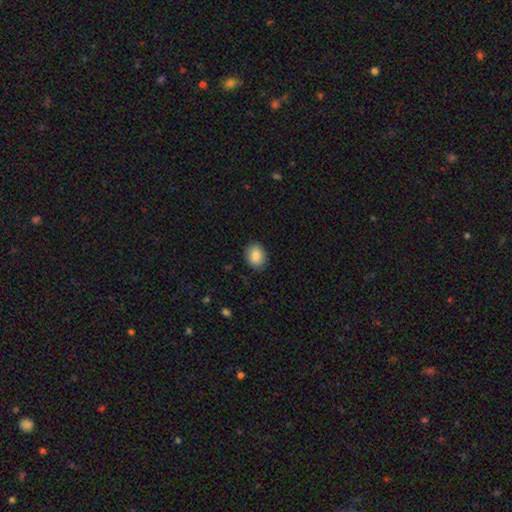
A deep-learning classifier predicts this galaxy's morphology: A smooth galaxy with no disk features (86%) that is round (51%).

Vote fractions:
- Smooth or featured? smooth: 86% / star or artifact: 8% / featured or disk: 6%
- How rounded? round: 51% / in between: 48% / cigar-shaped: 1%
- Merging? none: 88% / minor disturbance: 9% / major disturbance: 2% / merger: 1%